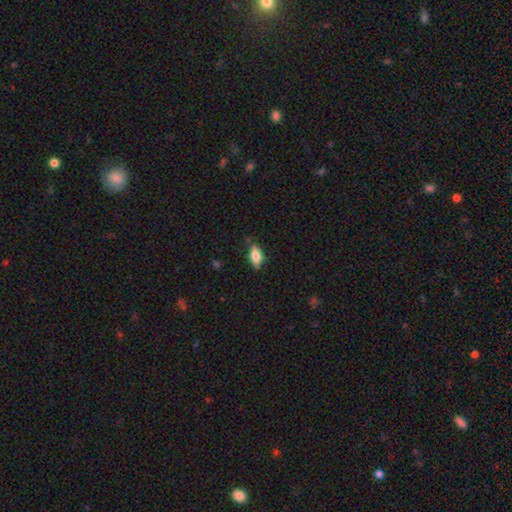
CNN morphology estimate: Smooth or featured: smooth — 74% (featured or disk — 18%)
How rounded: in between — 81% (cigar-shaped — 15%)
Merging: none — 78% (minor disturbance — 17%)